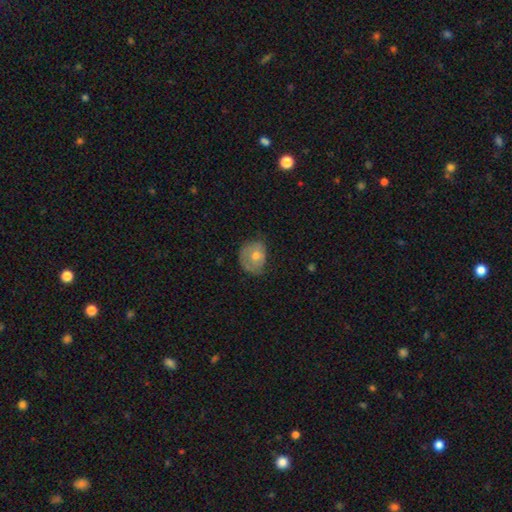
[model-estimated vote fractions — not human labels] This is possibly a smooth galaxy (57%). How rounded: likely round (67%). Merging: possibly none (60%).